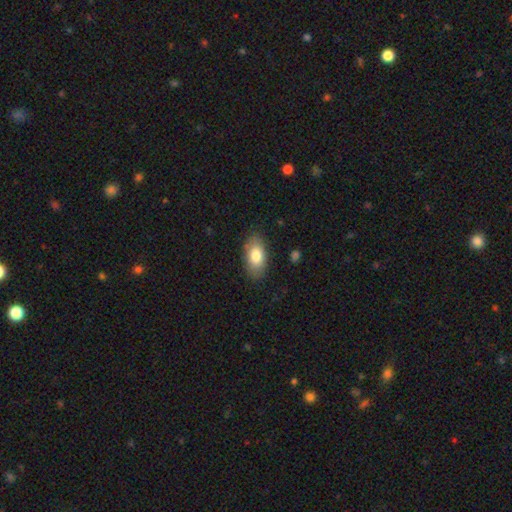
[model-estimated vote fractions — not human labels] smooth-or-featured: smooth: 80% | featured or disk: 13% | star or artifact: 7%
  how-rounded: in between: 92% | round: 4% | cigar-shaped: 4%
  merging: none: 84% | minor disturbance: 12% | major disturbance: 3% | merger: 1%